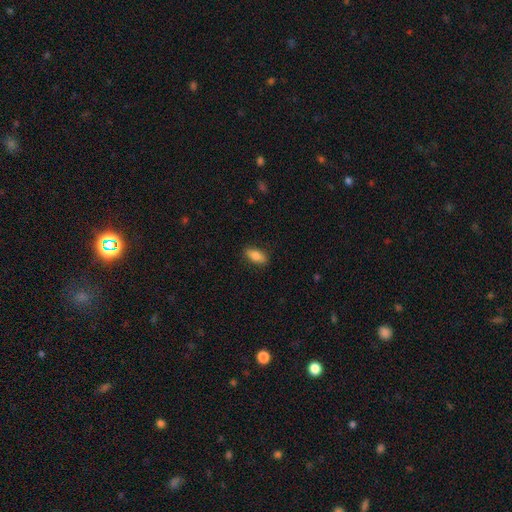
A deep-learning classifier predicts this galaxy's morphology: Smooth or featured?
  - smooth: 81% *
  - featured or disk: 12%
  - star or artifact: 7%
How rounded?
  - in between: 85% *
  - cigar-shaped: 12%
  - round: 4%
Merging?
  - none: 87% *
  - minor disturbance: 10%
  - major disturbance: 2%
  - merger: 1%